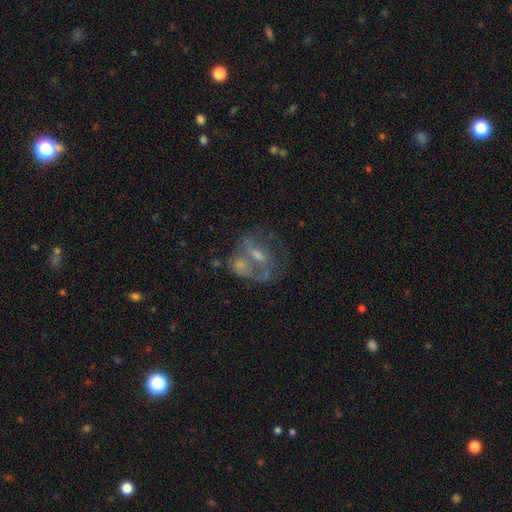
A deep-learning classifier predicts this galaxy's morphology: smooth-or-featured: featured or disk: 65% | smooth: 23% | star or artifact: 12%
  disk-edge-on: no: 95% | yes: 5%
    bar: no: 46% | weak: 39% | strong: 16%
    has-spiral-arms: yes: 51% | no: 49%
    bulge-size: small: 42% (tied) | moderate: 42% (tied) | none: 11% | large: 4% | dominant: 1%
  merging: merger: 36% | none: 32% | major disturbance: 17% | minor disturbance: 14%